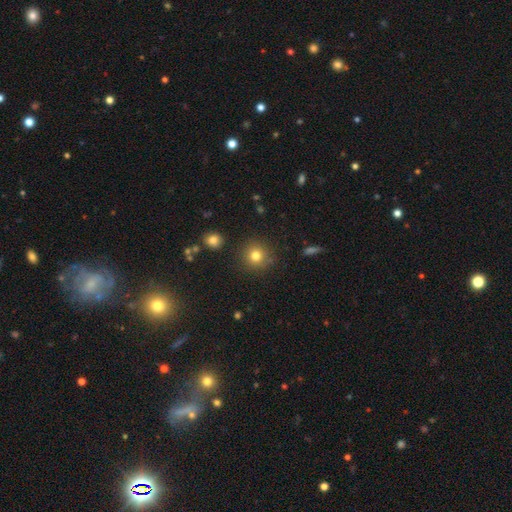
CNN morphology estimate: type=smooth (79%); roundness=round (93%); merging=none (87%).